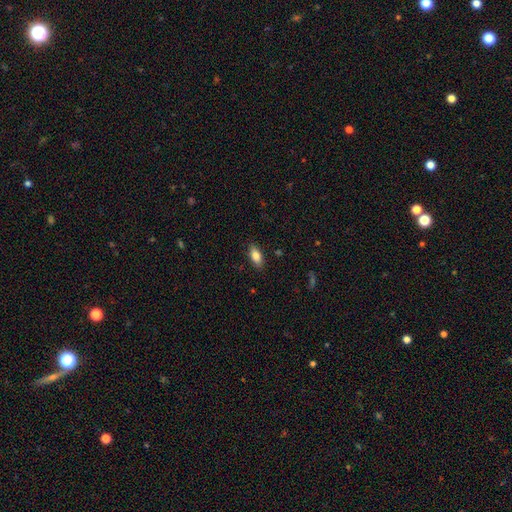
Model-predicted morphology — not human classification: The model was most divided on "smooth or featured": smooth: 81%, featured or disk: 12%, star or artifact: 7%. More confident: merging — none (86%); how rounded — in between (85%).